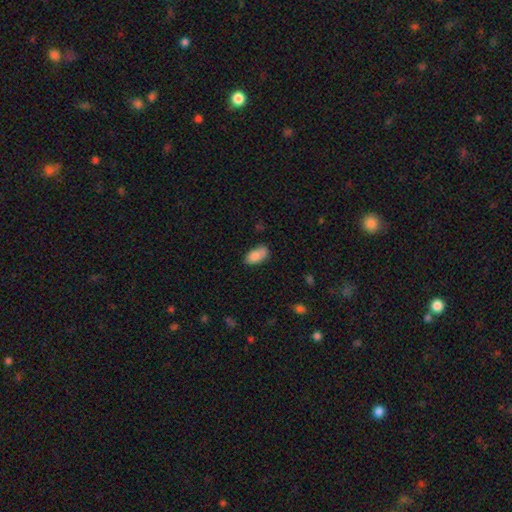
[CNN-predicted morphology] Q: Smooth or featured?
A: smooth (86%); runner-up: star or artifact (7%)
Q: How rounded?
A: in between (93%); runner-up: cigar-shaped (4%)
Q: Merging?
A: none (69%); runner-up: minor disturbance (24%)